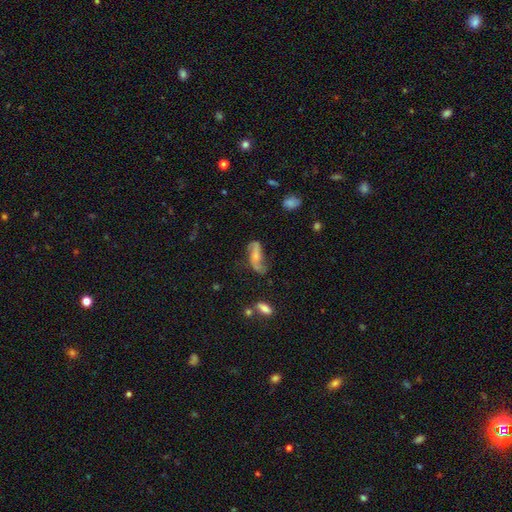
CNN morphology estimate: smooth-or-featured: featured or disk: 69% | smooth: 23% | star or artifact: 8%
  disk-edge-on: no: 91% | yes: 9%
    bar: no: 48% | weak: 34% | strong: 18%
    has-spiral-arms: yes: 89% | no: 11%
      spiral-winding: loose: 77% | medium: 17% | tight: 6%
      spiral-arm-count: 2: 88% | 1: 5% | can't tell: 5% | 3: 1% | 4: 1% | more than 4: 1%
    bulge-size: small: 48% | moderate: 27% | none: 19% | large: 4% | dominant: 2%
  merging: none: 54% | minor disturbance: 24% | major disturbance: 17% | merger: 4%